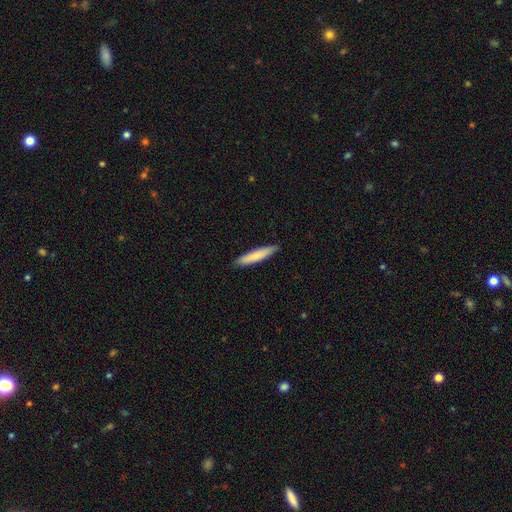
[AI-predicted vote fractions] This is clearly a smooth galaxy (80%). How rounded: clearly cigar-shaped (91%). Merging: clearly none (90%).